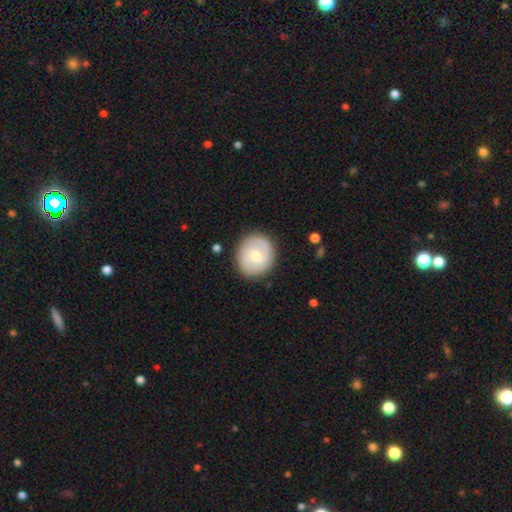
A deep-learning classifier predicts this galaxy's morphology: A smooth galaxy with no disk features (54%) that is round (83%).

Vote fractions:
- Smooth or featured? smooth: 54% / featured or disk: 40% / star or artifact: 6%
- How rounded? round: 83% / in between: 16% / cigar-shaped: 1%
- Merging? none: 85% / minor disturbance: 10% / major disturbance: 3% / merger: 1%